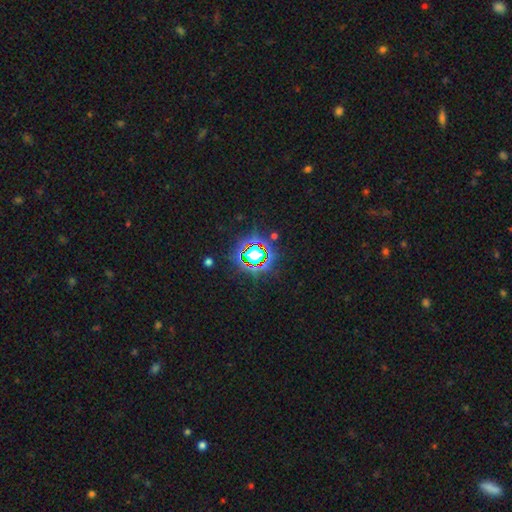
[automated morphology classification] type=star or artifact (73%).